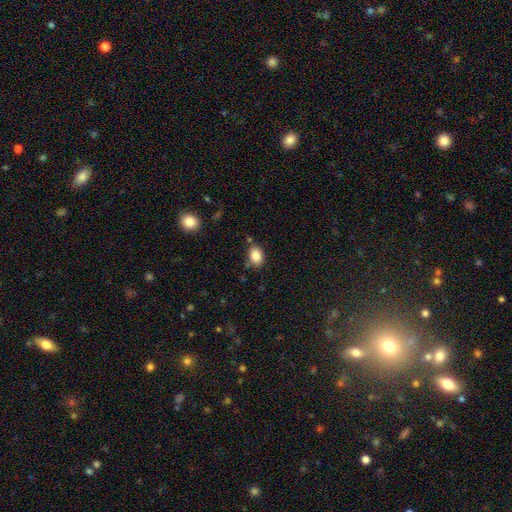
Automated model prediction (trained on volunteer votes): Smooth or featured? Predicted: smooth (p=0.85). How rounded? Predicted: in between (p=0.76). Merging? Predicted: none (p=0.79).